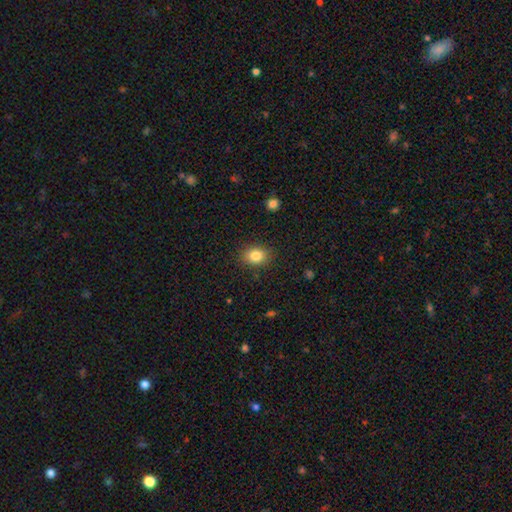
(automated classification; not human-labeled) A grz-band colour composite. It shows a smooth galaxy with no disk features (84%) that is in between round and cigar-shaped (58%). Merging: none (87%).